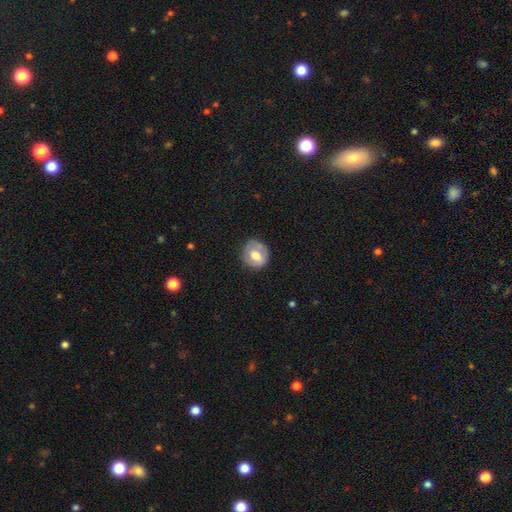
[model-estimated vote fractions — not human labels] smooth_or_featured: smooth (p=0.57) [alt: featured or disk p=0.35]
how_rounded: round (p=0.78) [alt: in between p=0.21]
merging: none (p=0.77) [alt: minor disturbance p=0.16]